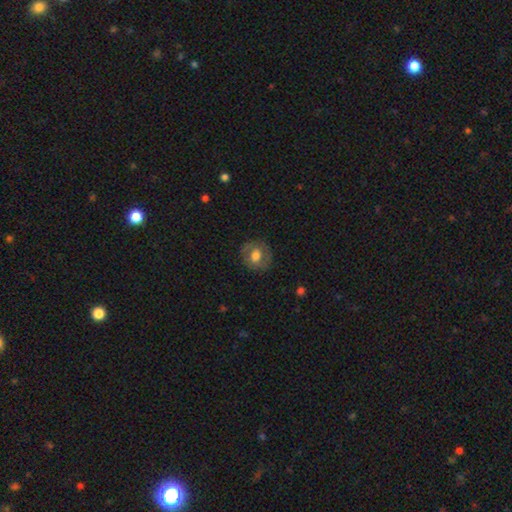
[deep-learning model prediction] Smooth or featured?
  - smooth: 55% *
  - featured or disk: 37%
  - star or artifact: 8%
How rounded?
  - round: 80% *
  - in between: 19%
  - cigar-shaped: 1%
Merging?
  - none: 80% *
  - minor disturbance: 13%
  - major disturbance: 5%
  - merger: 1%